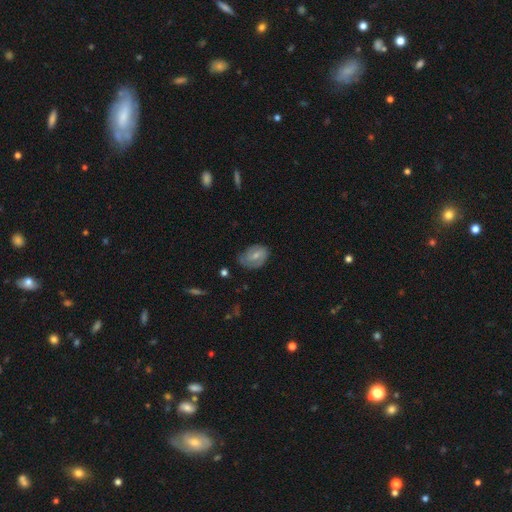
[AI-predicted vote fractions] A smooth galaxy with no disk features (48%). Merging: none (55%).